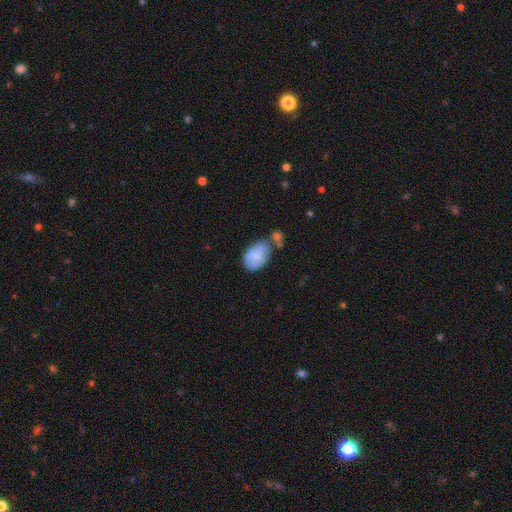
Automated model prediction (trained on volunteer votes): This appears to be a smooth galaxy with no disk features (76%) that is in between round and cigar-shaped (88%). Merging: none (35%).